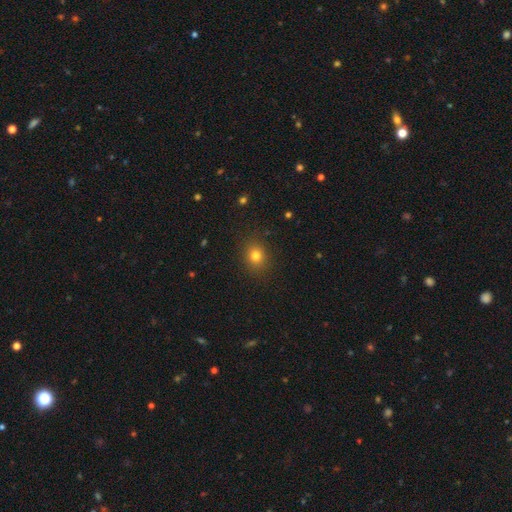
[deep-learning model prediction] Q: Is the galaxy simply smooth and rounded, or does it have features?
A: smooth — 80%.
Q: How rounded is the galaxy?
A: round — 66%.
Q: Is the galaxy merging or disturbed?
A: none — 88%.